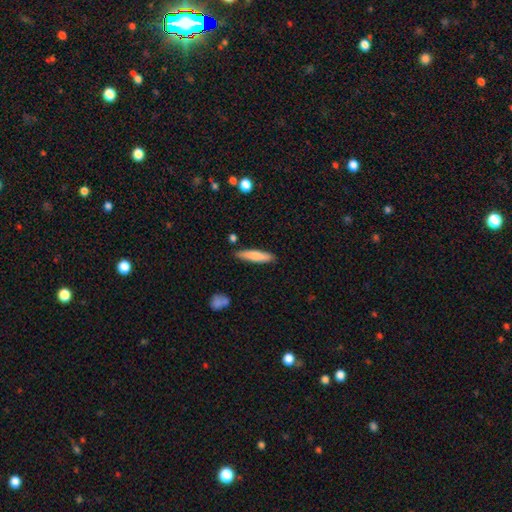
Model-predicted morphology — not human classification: Smooth or featured? smooth (77%)
How rounded? cigar-shaped (81%)
Merging? none (85%)